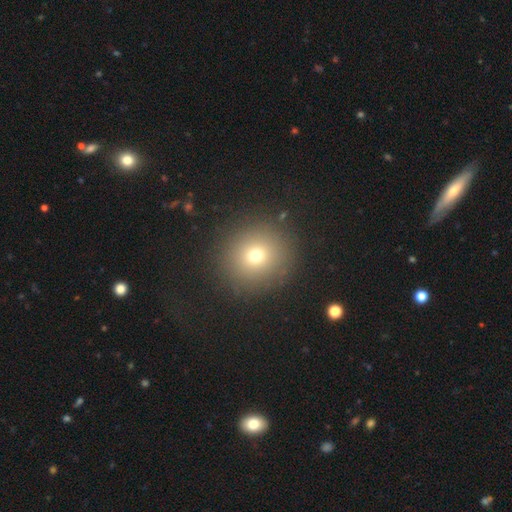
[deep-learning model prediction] Smooth or featured? Predicted: smooth (p=0.71). How rounded? Predicted: round (p=0.93). Merging? Predicted: none (p=0.89).